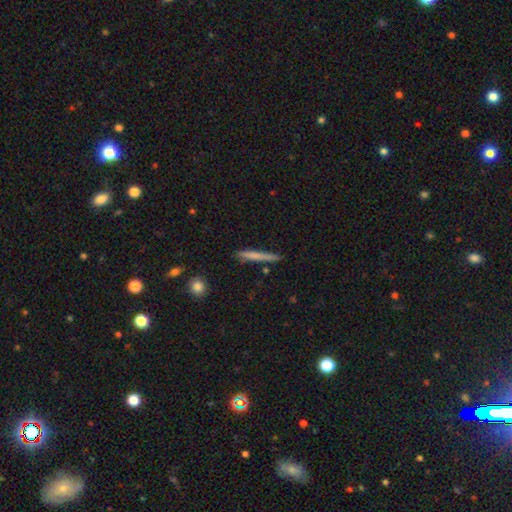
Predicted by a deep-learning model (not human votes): Q: Smooth or featured?
A: smooth (68%); runner-up: featured or disk (26%)
Q: How rounded?
A: cigar-shaped (96%); runner-up: in between (3%)
Q: Merging?
A: none (84%); runner-up: minor disturbance (12%)